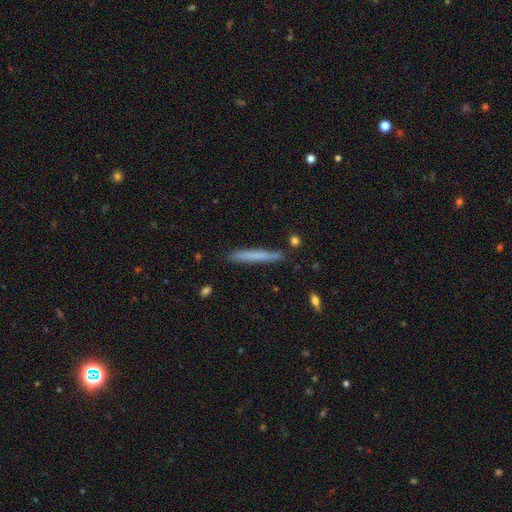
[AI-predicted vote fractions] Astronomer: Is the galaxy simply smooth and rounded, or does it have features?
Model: smooth — 68%.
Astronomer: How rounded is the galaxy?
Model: cigar-shaped — 96%.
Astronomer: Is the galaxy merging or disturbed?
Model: none — 87%.